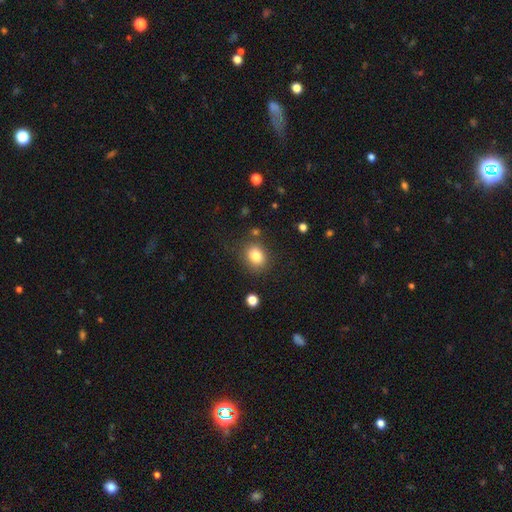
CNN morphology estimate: smooth-or-featured: smooth: 83% | star or artifact: 10% | featured or disk: 7%
  how-rounded: round: 58% | in between: 41% | cigar-shaped: 1%
  merging: none: 80% | minor disturbance: 12% | major disturbance: 4% | merger: 4%